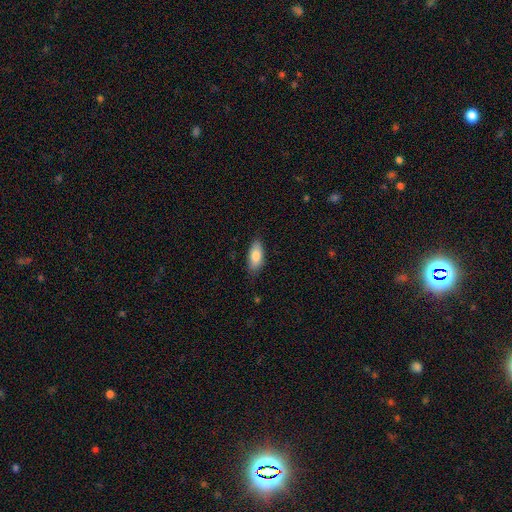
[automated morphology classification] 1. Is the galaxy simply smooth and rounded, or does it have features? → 84% smooth, 10% featured or disk, 6% star or artifact.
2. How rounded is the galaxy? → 85% in between, 13% cigar-shaped, 2% round.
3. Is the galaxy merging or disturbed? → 82% none, 15% minor disturbance, 3% major disturbance, 1% merger.